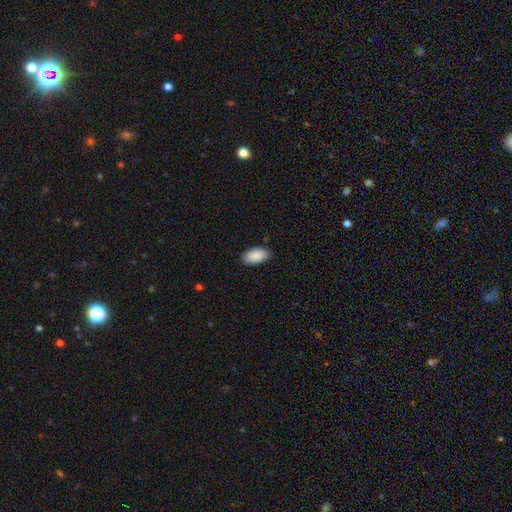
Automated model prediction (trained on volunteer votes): Smooth or featured?
  - smooth: 90% *
  - star or artifact: 6%
  - featured or disk: 4%
How rounded?
  - in between: 95% *
  - cigar-shaped: 3%
  - round: 2%
Merging?
  - none: 87% *
  - minor disturbance: 10%
  - major disturbance: 2%
  - merger: 1%